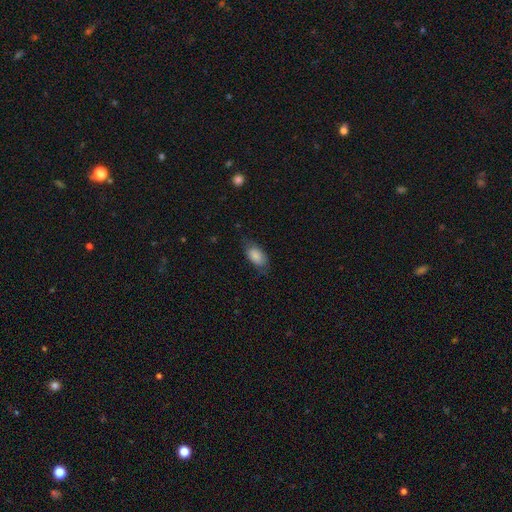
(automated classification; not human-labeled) Smooth or featured?
  - smooth: 85% *
  - featured or disk: 8%
  - star or artifact: 7%
How rounded?
  - in between: 91% *
  - round: 5%
  - cigar-shaped: 4%
Merging?
  - none: 67% *
  - minor disturbance: 24%
  - major disturbance: 8%
  - merger: 1%